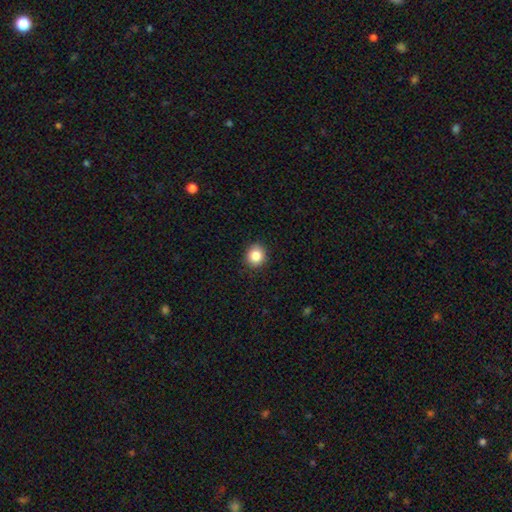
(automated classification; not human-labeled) Morphology: type=smooth (86%); roundness=round (85%); merging=none (90%).